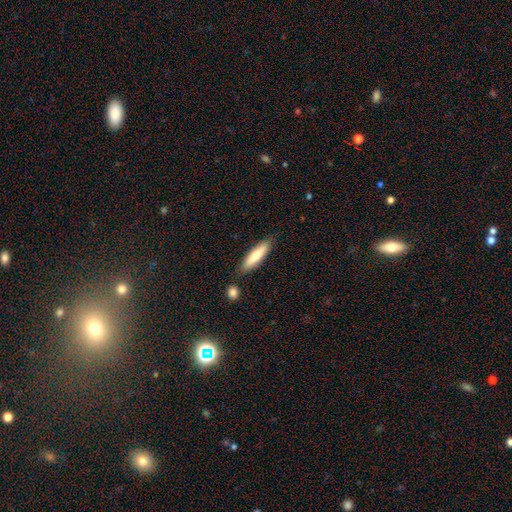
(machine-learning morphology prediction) Q: Smooth or featured?
A: smooth (73%); runner-up: featured or disk (21%)
Q: How rounded?
A: cigar-shaped (74%); runner-up: in between (25%)
Q: Merging?
A: none (82%); runner-up: minor disturbance (11%)